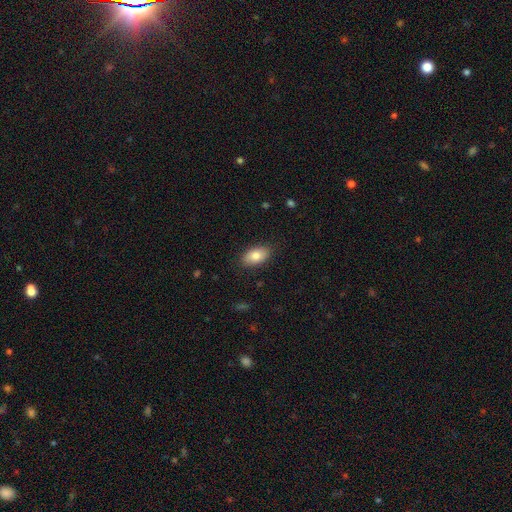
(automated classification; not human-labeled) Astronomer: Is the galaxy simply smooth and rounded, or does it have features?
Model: smooth — 82%.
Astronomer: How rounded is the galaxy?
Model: in between — 93%.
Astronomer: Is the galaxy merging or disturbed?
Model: none — 86%.